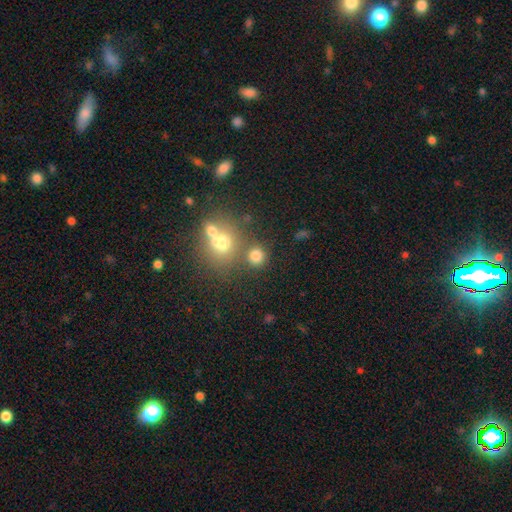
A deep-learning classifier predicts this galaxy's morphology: smooth 75%, star or artifact 15%, featured or disk 10%. Down the decision tree: how rounded — round (85%); merging — none (63%).